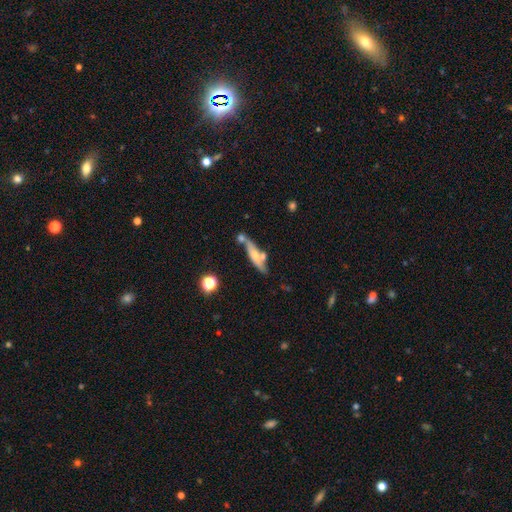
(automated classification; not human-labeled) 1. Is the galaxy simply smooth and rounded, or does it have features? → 47% smooth, 46% featured or disk, 7% star or artifact.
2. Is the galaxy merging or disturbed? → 57% none, 21% merger, 17% minor disturbance, 5% major disturbance.